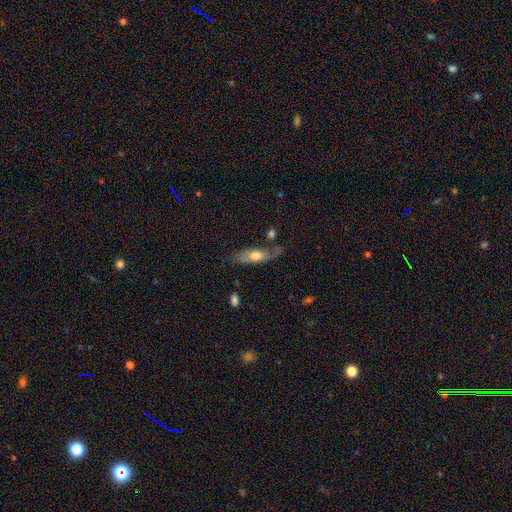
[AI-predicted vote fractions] A smooth galaxy with no disk features (51%) that is in between round and cigar-shaped (61%). Merging: none (54%).